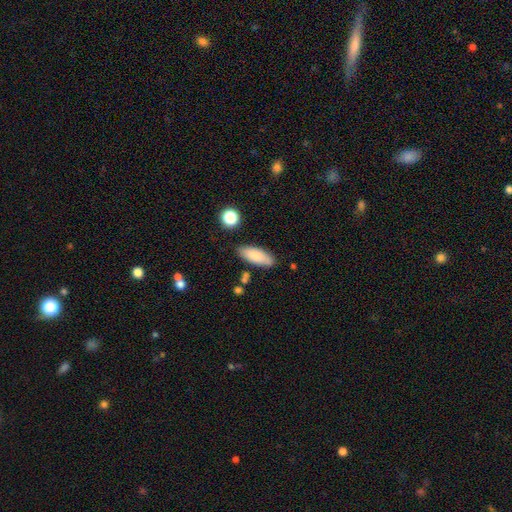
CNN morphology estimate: Overall: smooth (82%). How rounded: in between (74%). Merging: none (82%).